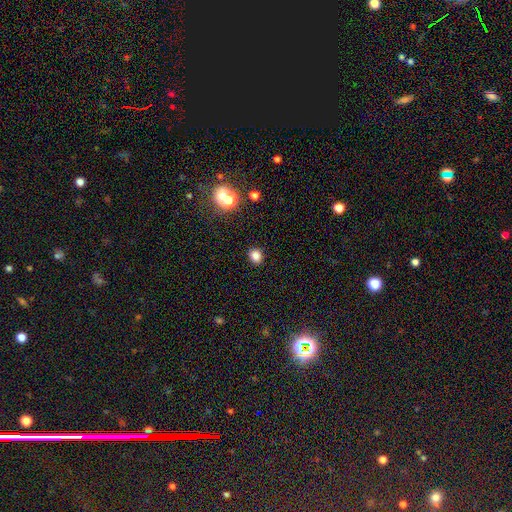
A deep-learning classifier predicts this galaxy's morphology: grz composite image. It shows a smooth galaxy with no disk features (82%) that is round (56%). Merging: none (88%).